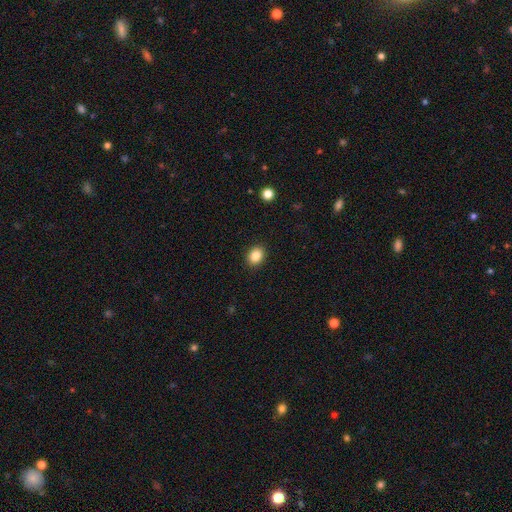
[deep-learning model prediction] The model was most divided on "how rounded": in between: 63%, round: 36%, cigar-shaped: 1%. More confident: merging — none (91%); smooth or featured — smooth (86%).